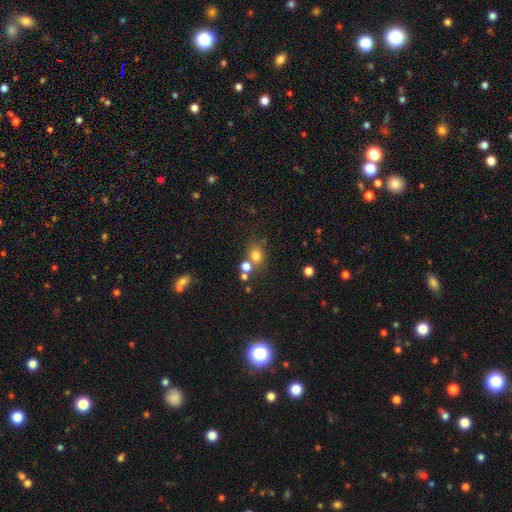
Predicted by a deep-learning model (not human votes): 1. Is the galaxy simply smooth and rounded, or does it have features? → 74% smooth, 16% star or artifact, 9% featured or disk.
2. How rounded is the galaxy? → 65% round, 34% in between, 1% cigar-shaped.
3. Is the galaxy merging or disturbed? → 61% none, 23% merger, 11% minor disturbance, 5% major disturbance.